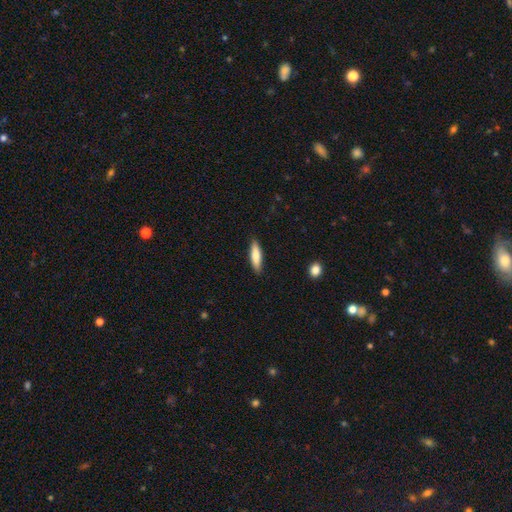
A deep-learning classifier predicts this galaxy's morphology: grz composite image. It shows a smooth galaxy with no disk features (77%) that is cigar-shaped (69%). Merging: none (88%).